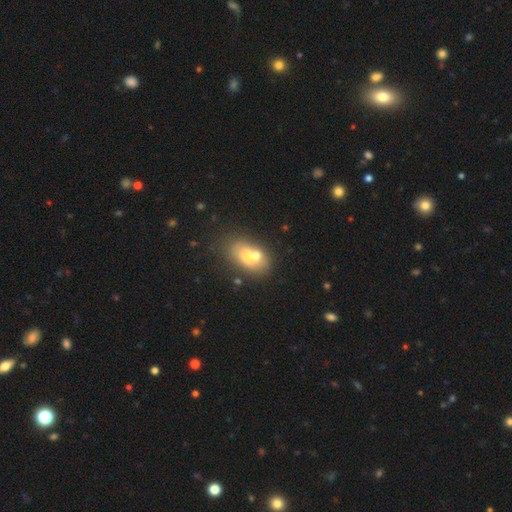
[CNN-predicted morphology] smooth-or-featured: smooth: 60% | featured or disk: 31% | star or artifact: 10%
  how-rounded: in between: 76% | round: 22% | cigar-shaped: 2%
  merging: merger: 53% | none: 31% | minor disturbance: 11% | major disturbance: 5%